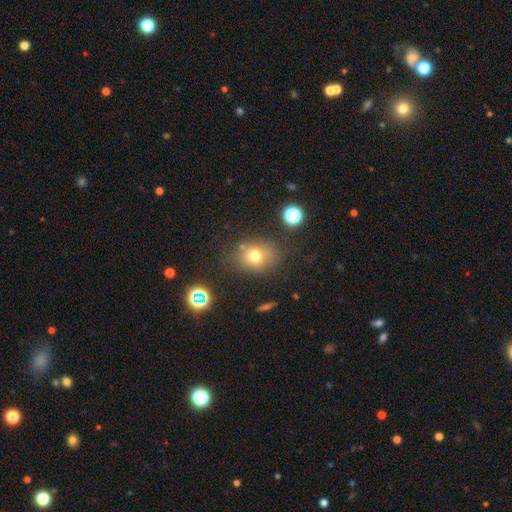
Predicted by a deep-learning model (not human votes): Smooth or featured? Predicted: smooth (p=0.72). How rounded? Predicted: round (p=0.59). Merging? Predicted: none (p=0.73).